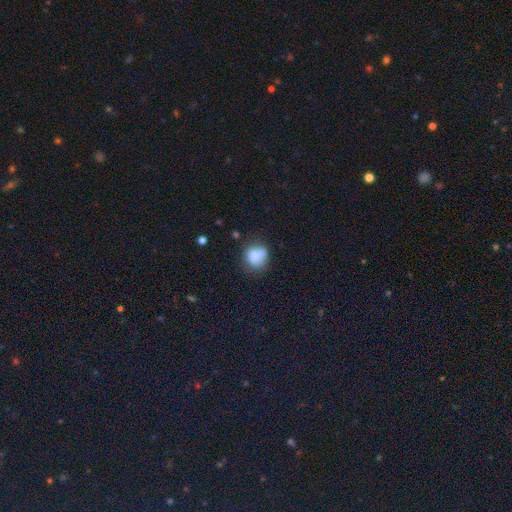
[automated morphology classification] Smooth or featured? smooth (80%)
How rounded? round (68%)
Merging? none (52%)